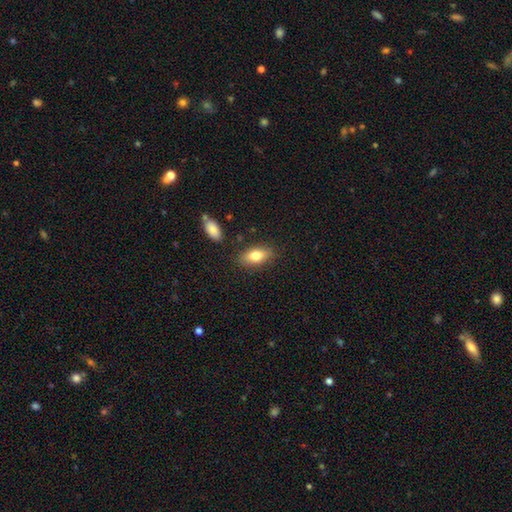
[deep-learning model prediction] Smooth or featured? smooth (77%)
How rounded? in between (85%)
Merging? none (82%)